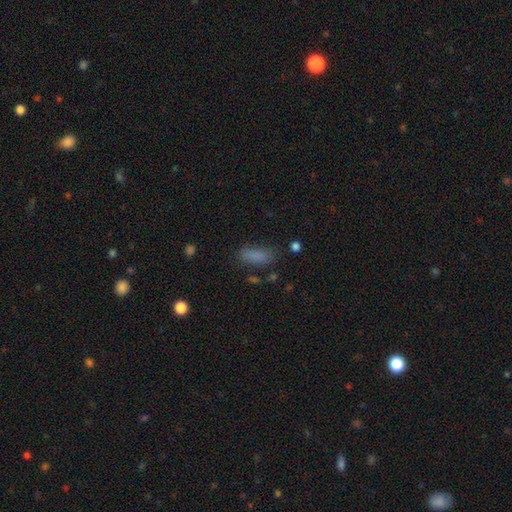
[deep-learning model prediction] Smooth or featured? smooth (83%)
How rounded? in between (72%)
Merging? none (74%)